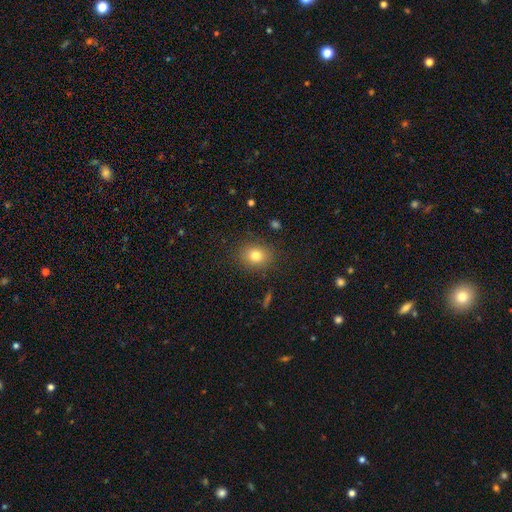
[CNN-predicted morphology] This appears to be a smooth galaxy with no disk features (79%) that is round (62%). Merging: none (86%).